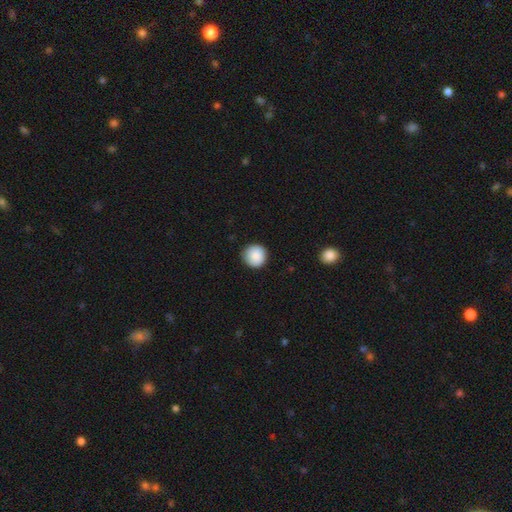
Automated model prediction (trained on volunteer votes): Q: Smooth or featured?
A: smooth (88%); runner-up: star or artifact (7%)
Q: How rounded?
A: round (95%); runner-up: in between (4%)
Q: Merging?
A: none (89%); runner-up: minor disturbance (8%)